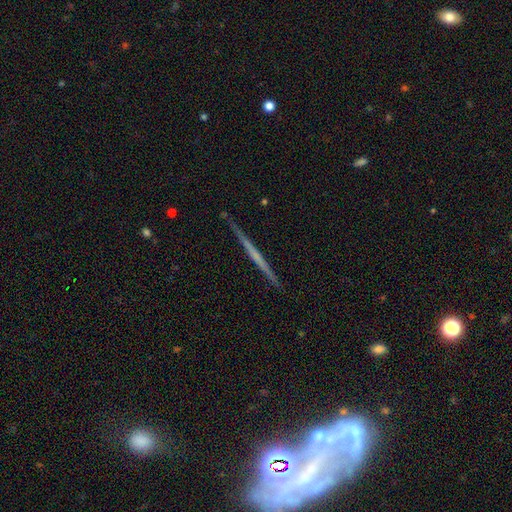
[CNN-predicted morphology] featured or disk 66%, smooth 28%, star or artifact 6%. Down the decision tree: edge-on disk — yes (98%); edge-on bulge — none (85%); merging — none (91%).